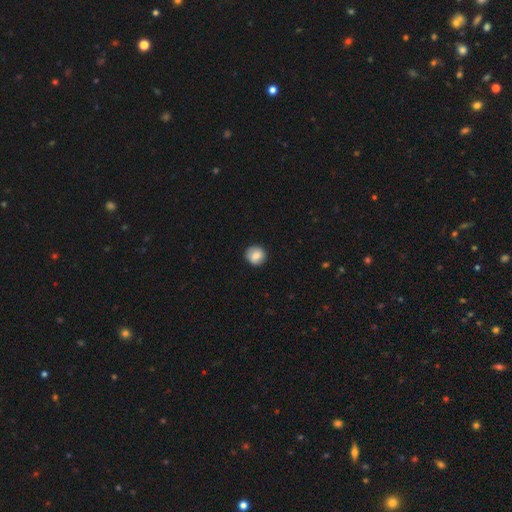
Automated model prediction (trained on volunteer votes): Smooth or featured? Predicted: smooth (p=0.82). How rounded? Predicted: round (p=0.89). Merging? Predicted: none (p=0.88).